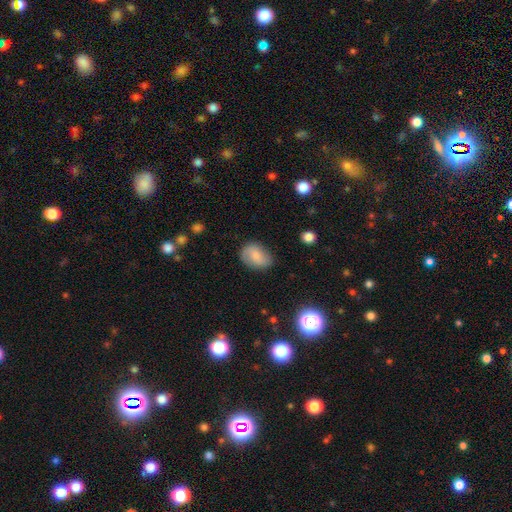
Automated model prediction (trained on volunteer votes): Smooth or featured? Predicted: smooth (p=0.69). How rounded? Predicted: in between (p=0.67). Merging? Predicted: none (p=0.73).